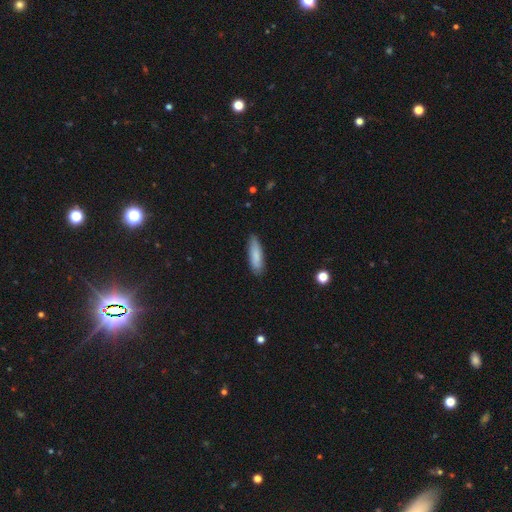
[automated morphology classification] Q: Smooth or featured?
A: smooth (83%); runner-up: featured or disk (11%)
Q: How rounded?
A: cigar-shaped (57%); runner-up: in between (41%)
Q: Merging?
A: none (82%); runner-up: minor disturbance (14%)